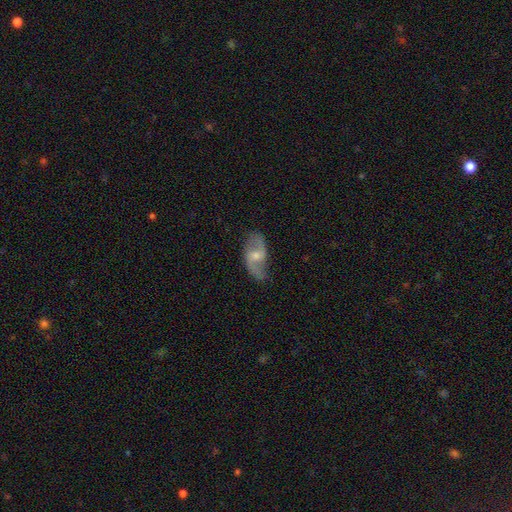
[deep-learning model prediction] featured or disk 79%, smooth 14%, star or artifact 6%. Down the decision tree: edge-on disk — no (95%); bar — weak (50%); spiral arms — yes (93%); spiral arm count — 2 (89%); spiral winding — loose (54%); bulge size — moderate (50%); merging — none (75%).